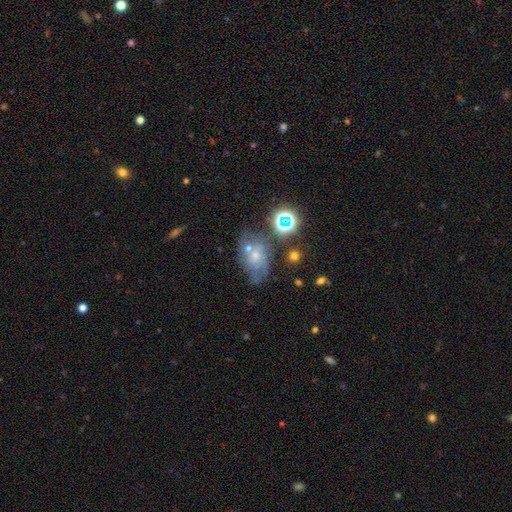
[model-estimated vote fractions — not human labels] smooth_or_featured: featured or disk (p=0.42) [alt: smooth p=0.38]
merging: none (p=0.39) [alt: minor disturbance p=0.23]